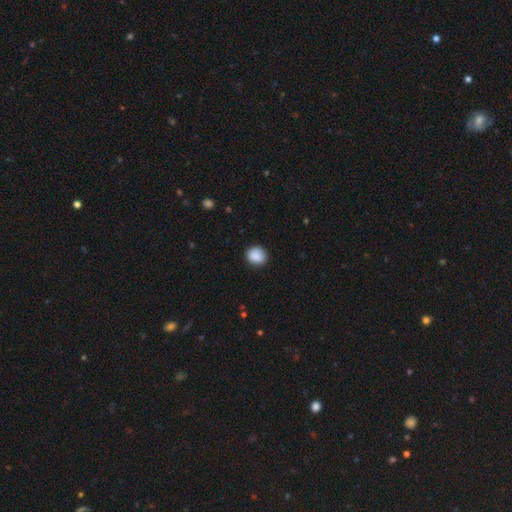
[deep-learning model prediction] Overall: smooth (89%). How rounded: round (74%). Merging: none (87%).